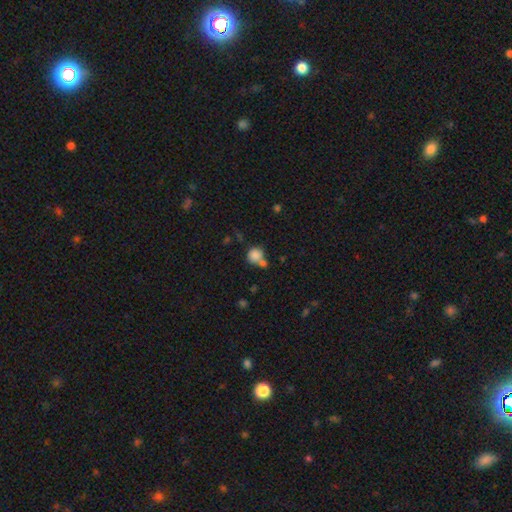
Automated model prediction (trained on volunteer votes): Overall: smooth (83%). How rounded: round (84%). Merging: none (45%; merger 37%).